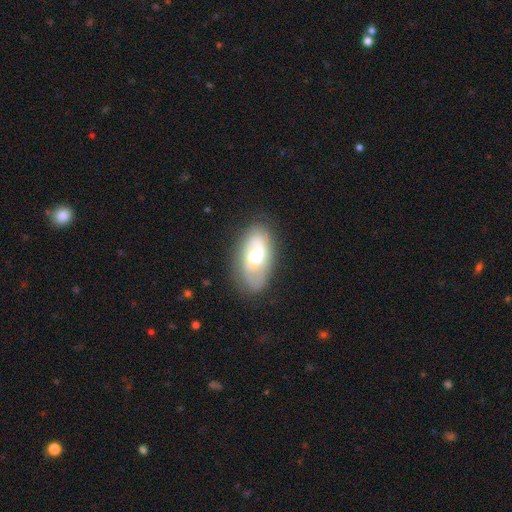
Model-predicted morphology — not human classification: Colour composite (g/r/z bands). It shows a featured or disk galaxy (66%) with no bar (51%), 2 (58%) medium (42%) spiral arms (84%) and a moderate central bulge (58%). Merging: none (72%).